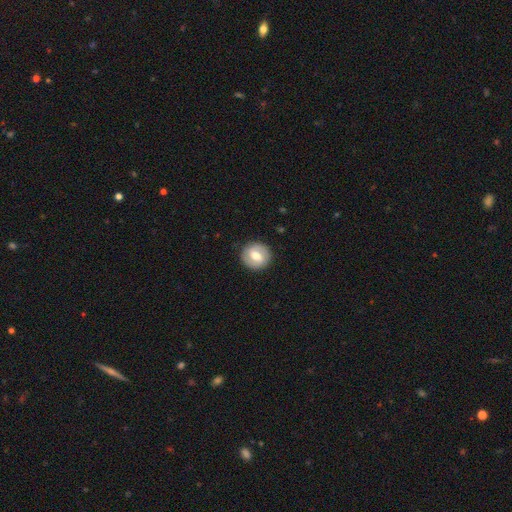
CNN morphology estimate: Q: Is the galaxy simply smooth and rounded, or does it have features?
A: featured or disk — 60%.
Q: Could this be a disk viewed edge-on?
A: no — 97%.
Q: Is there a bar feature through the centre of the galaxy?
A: weak — 51%.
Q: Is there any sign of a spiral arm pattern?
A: yes — 72%.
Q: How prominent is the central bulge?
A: moderate — 73%.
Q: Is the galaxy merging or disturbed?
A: none — 89%.